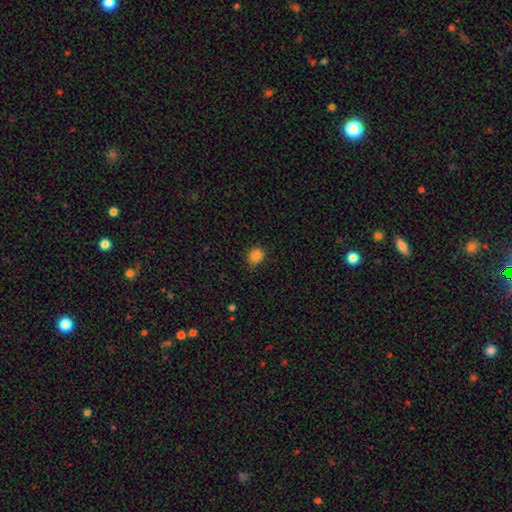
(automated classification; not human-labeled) Q: Smooth or featured?
A: smooth (84%); runner-up: star or artifact (12%)
Q: How rounded?
A: round (66%); runner-up: in between (33%)
Q: Merging?
A: none (82%); runner-up: minor disturbance (14%)